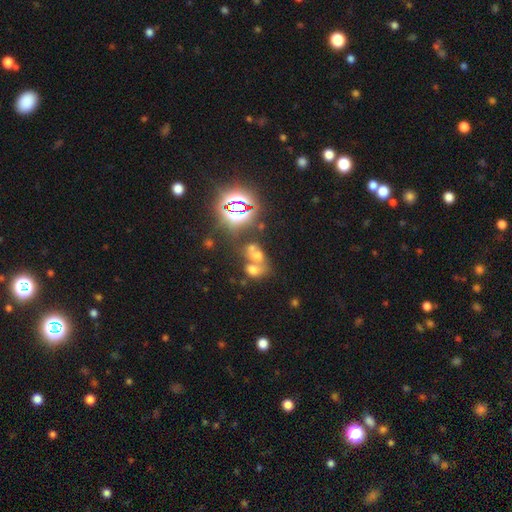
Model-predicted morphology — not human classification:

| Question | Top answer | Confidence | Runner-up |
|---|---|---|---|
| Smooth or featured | smooth | 50% | star or artifact (31%) |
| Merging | merger | 64% | none (23%) |